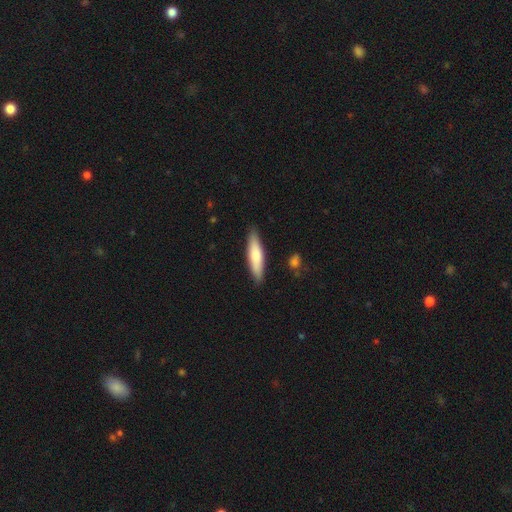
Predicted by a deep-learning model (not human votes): Morphology: type=smooth (74%); roundness=cigar-shaped (76%); merging=none (87%).